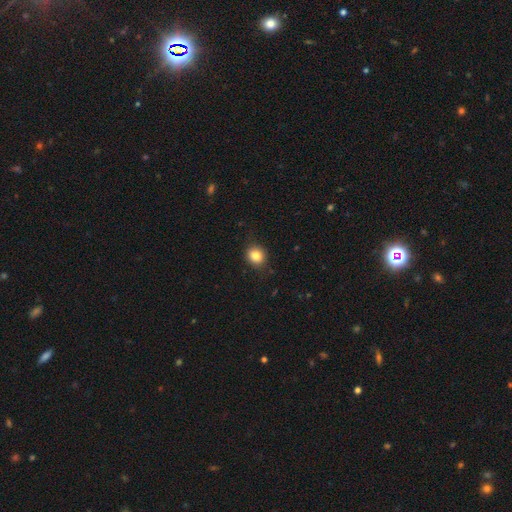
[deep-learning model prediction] This appears to be a smooth galaxy with no disk features (84%) that is round (77%). Merging: none (86%).